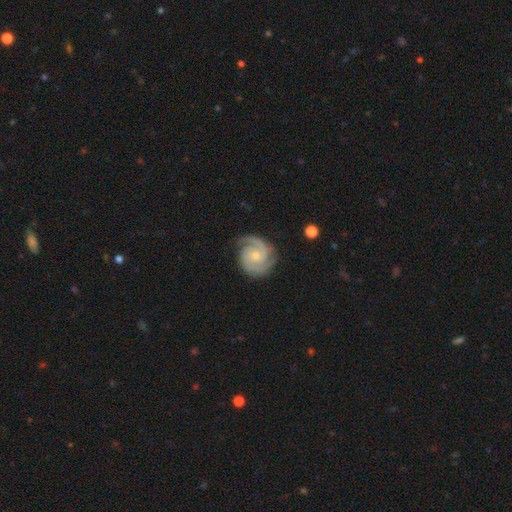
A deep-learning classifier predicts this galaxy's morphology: The model was most divided on "spiral winding": tight: 62%, medium: 34%, loose: 4%. More confident: spiral arms — yes (99%); edge-on disk — no (98%); smooth or featured — featured or disk (91%); merging — none (81%); spiral arm count — 2 (78%); bar — no (70%); bulge size — small (62%).